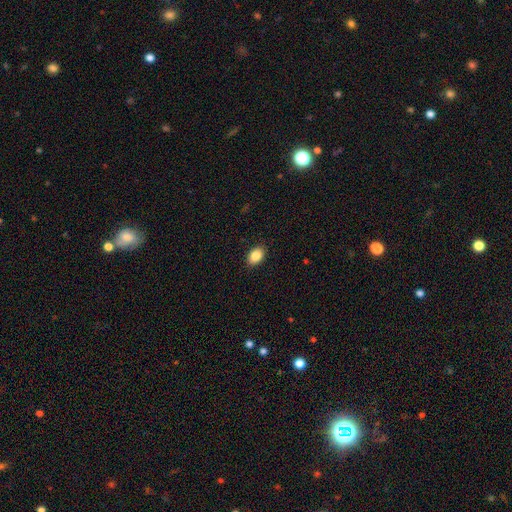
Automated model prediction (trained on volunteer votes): Smooth or featured? smooth (87%)
How rounded? in between (85%)
Merging? none (89%)